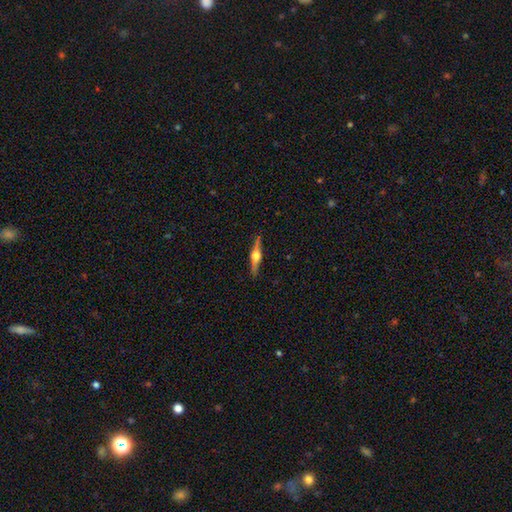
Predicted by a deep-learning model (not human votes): smooth-or-featured: featured or disk: 75% | smooth: 19% | star or artifact: 6%
  disk-edge-on: yes: 98% | no: 2%
    edge-on-bulge: rounded: 94% | boxy: 4% | none: 2%
  merging: none: 90% | minor disturbance: 8% | major disturbance: 2% | merger: 1%